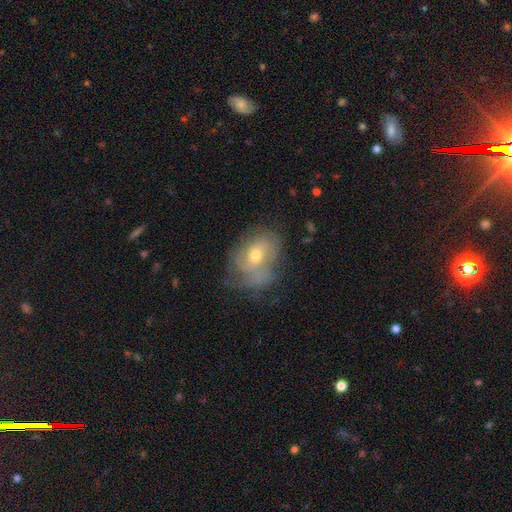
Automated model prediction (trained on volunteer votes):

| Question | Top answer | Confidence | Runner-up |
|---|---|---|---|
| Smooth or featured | featured or disk | 50% | smooth (41%) |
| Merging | none | 46% | minor disturbance (29%) |